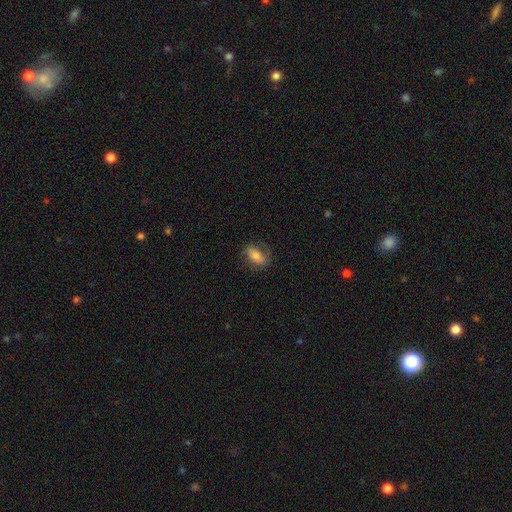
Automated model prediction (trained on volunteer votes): smooth_or_featured: smooth (p=0.55) [alt: featured or disk p=0.36]
how_rounded: in between (p=0.83) [alt: round p=0.12]
merging: none (p=0.69) [alt: minor disturbance p=0.21]